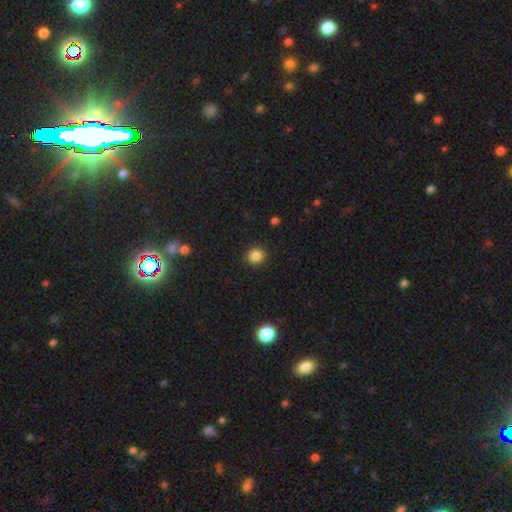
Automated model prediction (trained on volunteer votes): The model was most divided on "smooth or featured": smooth: 85%, star or artifact: 12%, featured or disk: 4%. More confident: merging — none (91%); how rounded — round (86%).